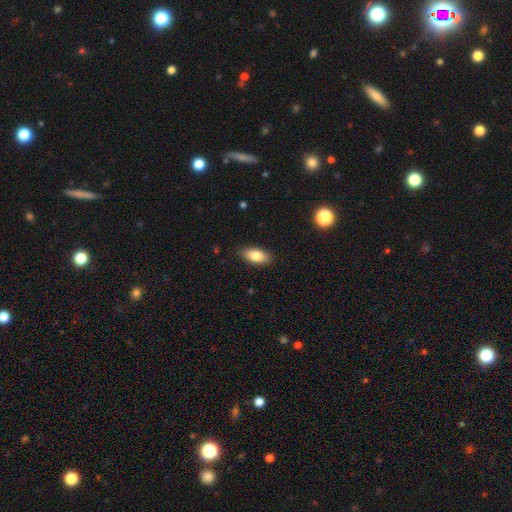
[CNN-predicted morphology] smooth 82%, featured or disk 11%, star or artifact 7%. Down the decision tree: how rounded — in between (89%); merging — none (87%).